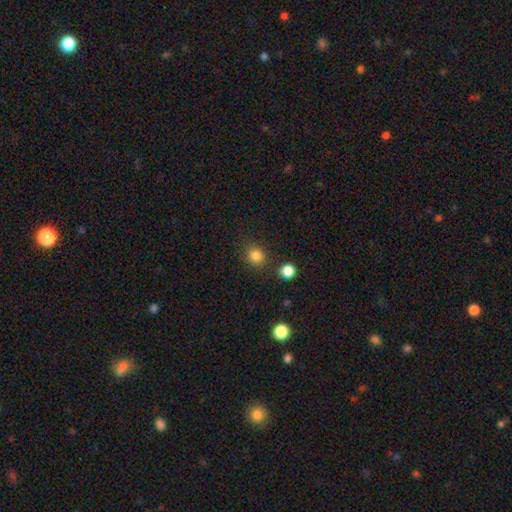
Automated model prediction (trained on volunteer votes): Smooth or featured: smooth — 84% (star or artifact — 13%)
How rounded: round — 86% (in between — 13%)
Merging: none — 85% (minor disturbance — 8%)